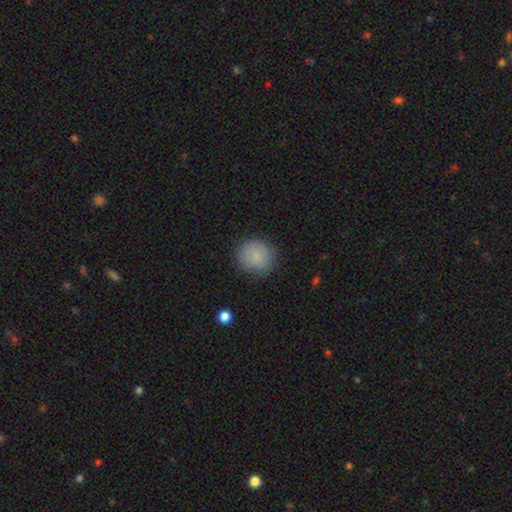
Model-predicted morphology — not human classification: This appears to be a smooth galaxy with no disk features (86%) that is round (86%). Merging: none (83%).